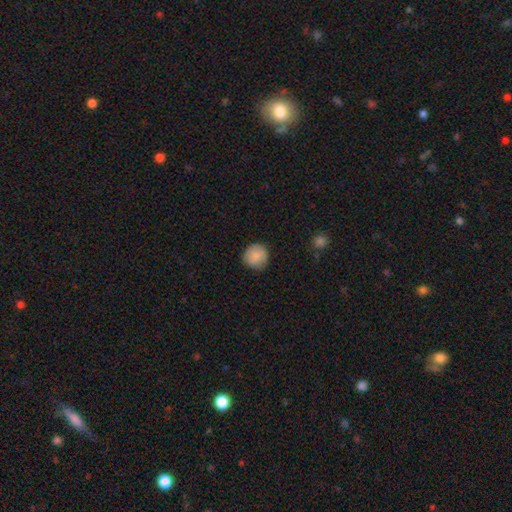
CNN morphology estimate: The model was most divided on "merging": none: 85%, minor disturbance: 12%, major disturbance: 2%, merger: 1%. More confident: how rounded — round (93%); smooth or featured — smooth (86%).